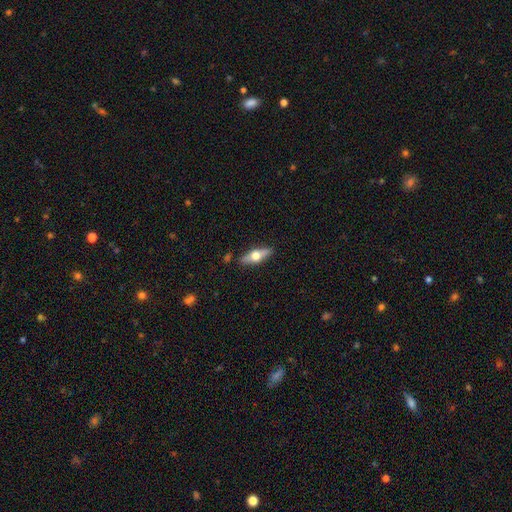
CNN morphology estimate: Smooth or featured? featured or disk (51%)
Edge-on disk? yes (88%)
Merging? none (87%)